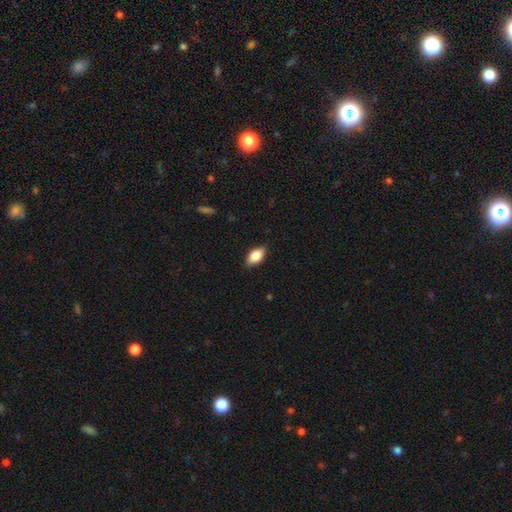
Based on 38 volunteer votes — A smooth galaxy with no disk features (79%) that is in between round and cigar-shaped (93%). Merging: none (89%).